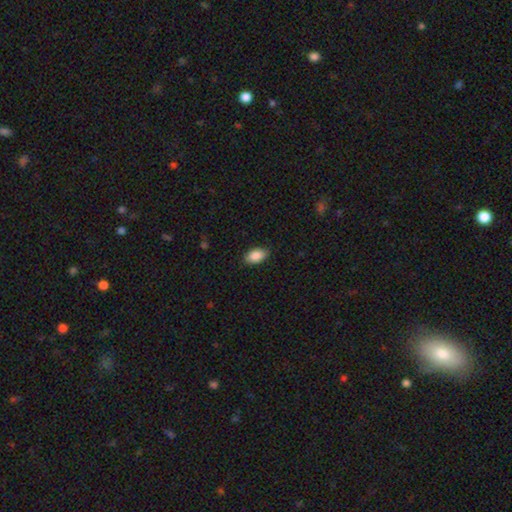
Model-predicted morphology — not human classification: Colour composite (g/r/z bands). It shows a smooth galaxy with no disk features (89%) that is in between round and cigar-shaped (93%). Merging: none (87%).